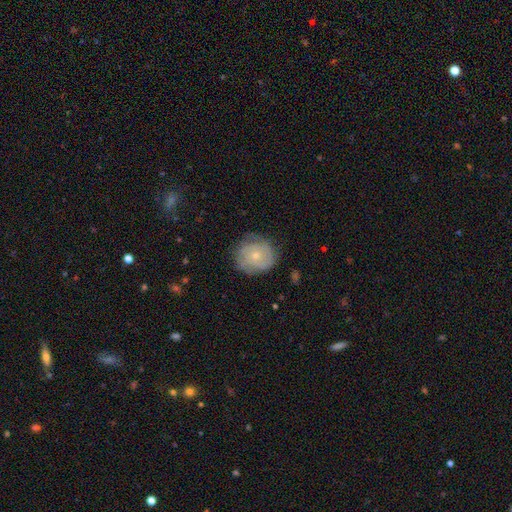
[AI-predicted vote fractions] featured or disk 65%, smooth 28%, star or artifact 7%. Down the decision tree: edge-on disk — no (97%); bar — no (82%); spiral arms — yes (85%); spiral arm count — can't tell (40%); spiral winding — tight (72%); bulge size — small (61%); merging — none (75%).